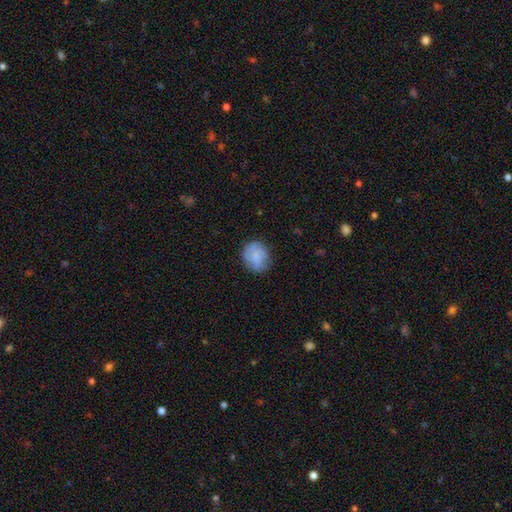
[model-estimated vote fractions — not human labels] This appears to be a smooth galaxy with no disk features (75%) that is round (68%). Merging: none (75%).